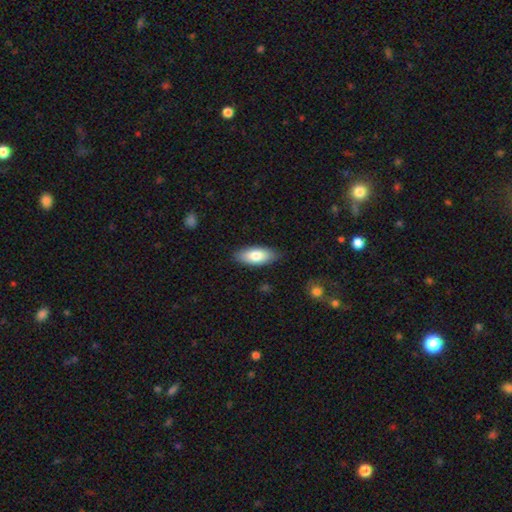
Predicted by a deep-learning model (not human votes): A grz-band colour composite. It shows a smooth galaxy with no disk features (79%) that is in between round and cigar-shaped (86%). Merging: none (86%).